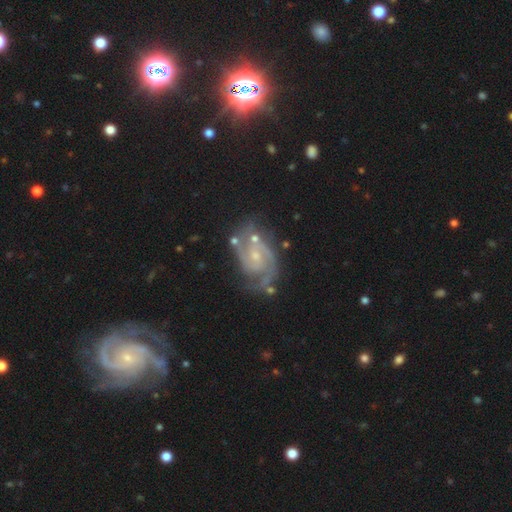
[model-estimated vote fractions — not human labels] A featured or disk galaxy (90%) with no bar (50%), 2 (79%) medium (52%) spiral arms (98%) and a small central bulge (68%). Merging: none (63%).